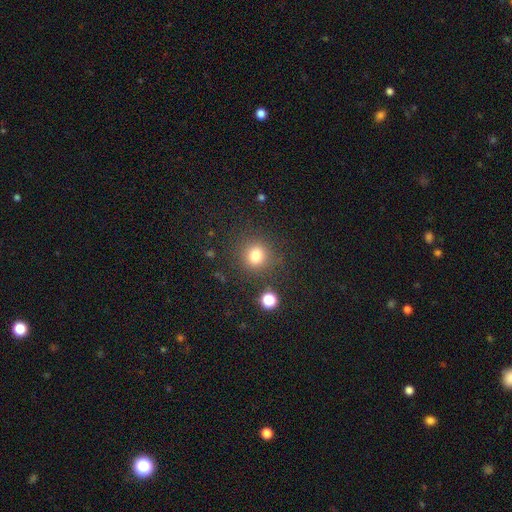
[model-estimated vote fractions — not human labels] Smooth or featured: smooth — 79% (star or artifact — 15%)
How rounded: round — 89% (in between — 10%)
Merging: none — 84% (minor disturbance — 9%)